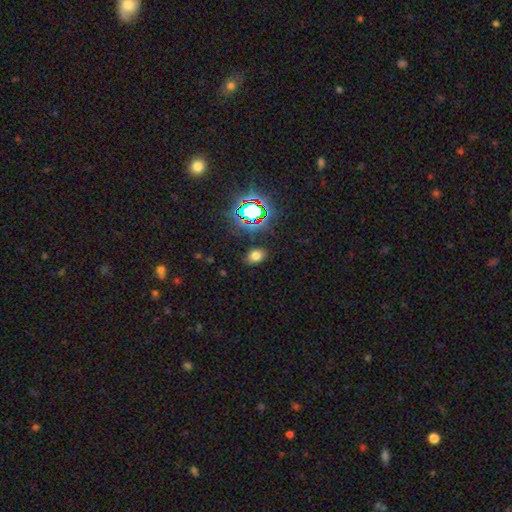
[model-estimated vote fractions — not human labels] This appears to be a smooth galaxy with no disk features (68%) that is in between round and cigar-shaped (74%). Merging: none (84%).